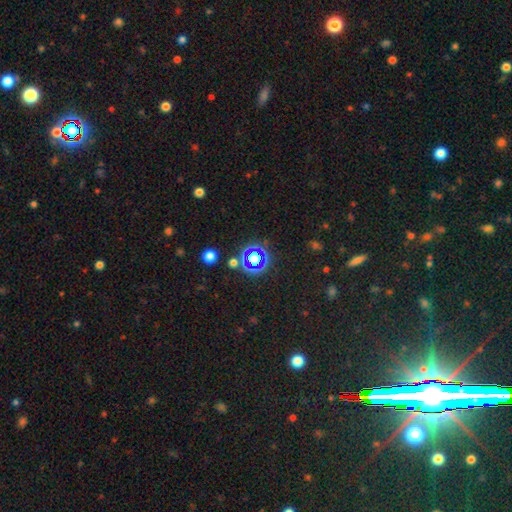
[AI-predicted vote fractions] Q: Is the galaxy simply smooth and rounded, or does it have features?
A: star or artifact — 63%.